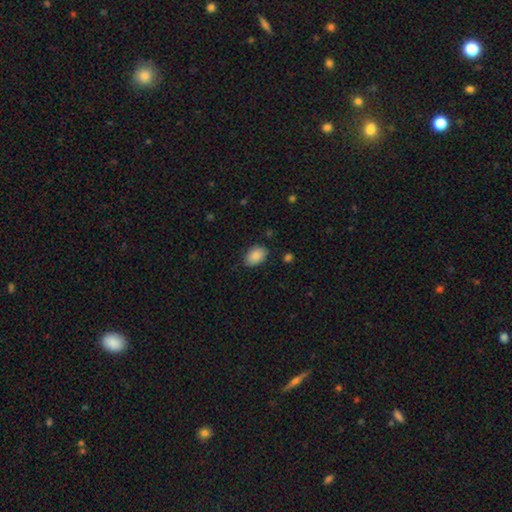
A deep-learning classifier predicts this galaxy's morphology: smooth-or-featured: smooth: 88% | star or artifact: 7% | featured or disk: 5%
  how-rounded: in between: 85% | round: 14% | cigar-shaped: 1%
  merging: none: 80% | minor disturbance: 16% | major disturbance: 3% | merger: 1%